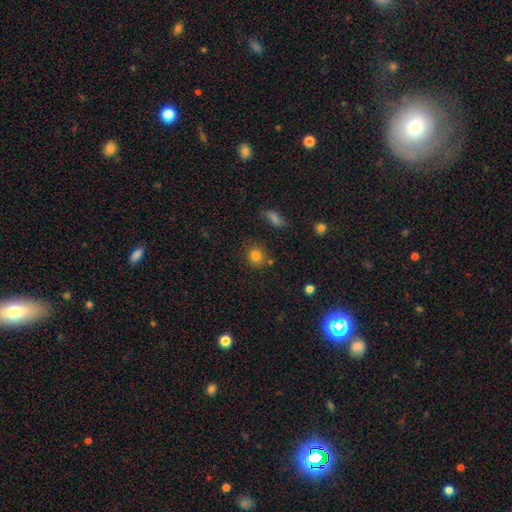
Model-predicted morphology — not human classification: Smooth or featured?
  - smooth: 81% *
  - star or artifact: 12%
  - featured or disk: 7%
How rounded?
  - round: 81% *
  - in between: 17%
  - cigar-shaped: 1%
Merging?
  - none: 78% *
  - minor disturbance: 12%
  - merger: 6%
  - major disturbance: 4%